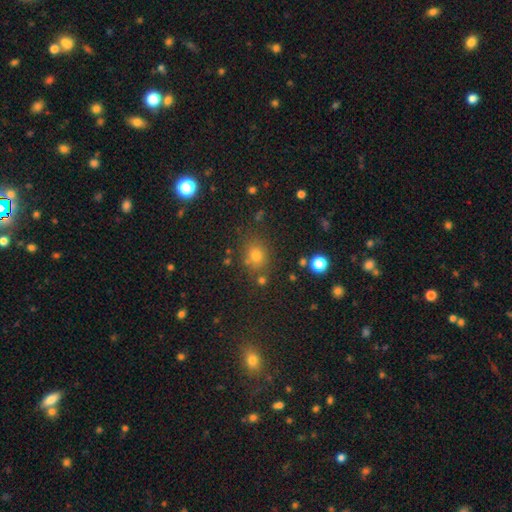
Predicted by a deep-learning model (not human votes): A smooth galaxy with no disk features (70%) that is round (72%). Merging: none (78%).